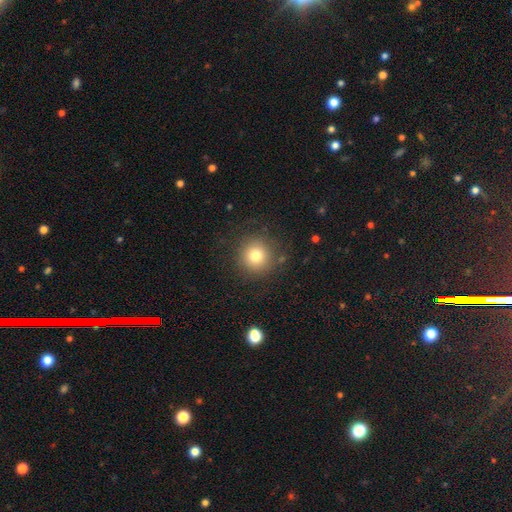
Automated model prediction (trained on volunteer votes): Smooth or featured? smooth (77%)
How rounded? round (94%)
Merging? none (86%)